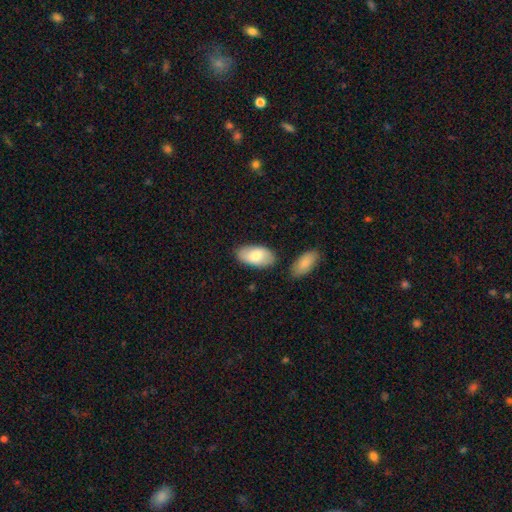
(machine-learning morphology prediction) A smooth galaxy with no disk features (78%) that is in between round and cigar-shaped (95%).

Vote fractions:
- Smooth or featured? smooth: 78% / featured or disk: 17% / star or artifact: 6%
- How rounded? in between: 95% / round: 3% / cigar-shaped: 2%
- Merging? none: 77% / minor disturbance: 14% / merger: 7% / major disturbance: 3%